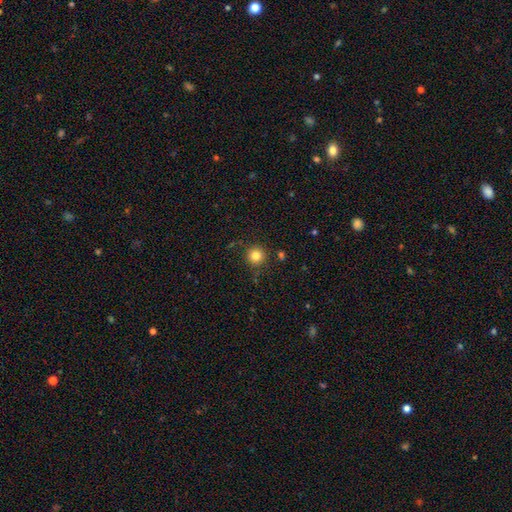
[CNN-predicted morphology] Smooth or featured? Predicted: smooth (p=0.83). How rounded? Predicted: round (p=0.95). Merging? Predicted: none (p=0.88).